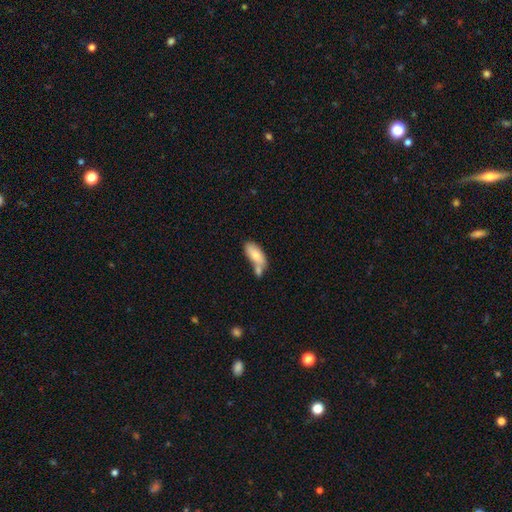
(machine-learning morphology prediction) This appears to be a smooth galaxy with no disk features (77%) that is in between round and cigar-shaped (84%). Merging: merger (46%).